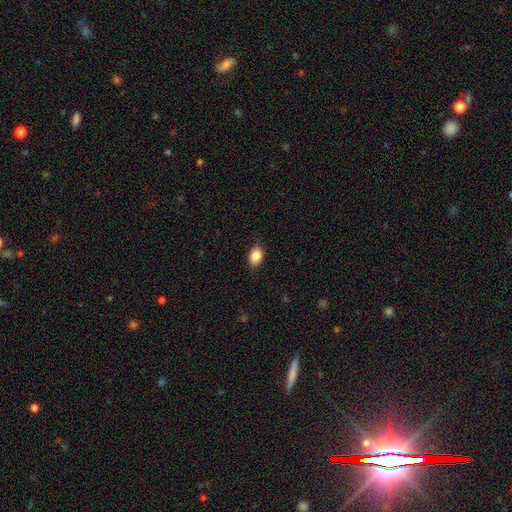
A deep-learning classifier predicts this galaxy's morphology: Smooth or featured? Predicted: smooth (p=0.88). How rounded? Predicted: in between (p=0.79). Merging? Predicted: none (p=0.82).